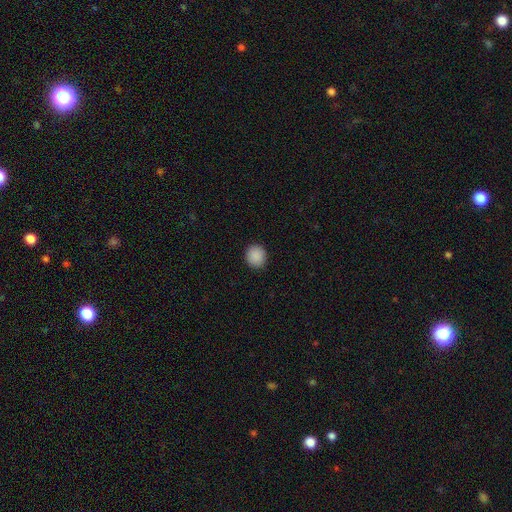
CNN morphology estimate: smooth_or_featured: smooth (p=0.90) [alt: star or artifact p=0.08]
how_rounded: round (p=0.88) [alt: in between p=0.11]
merging: none (p=0.92) [alt: minor disturbance p=0.06]